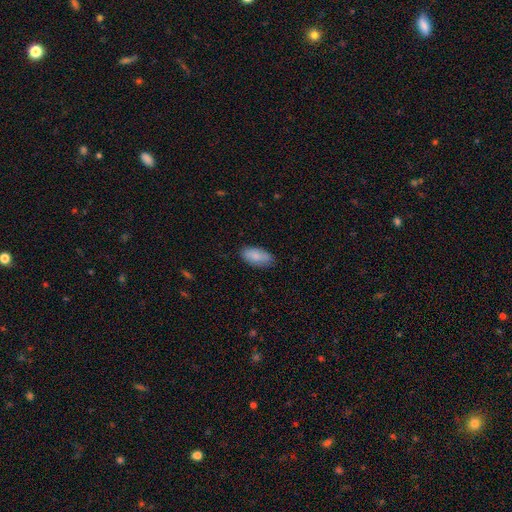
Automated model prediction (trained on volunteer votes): smooth 85%, featured or disk 9%, star or artifact 6%. Down the decision tree: how rounded — in between (91%); merging — none (82%).